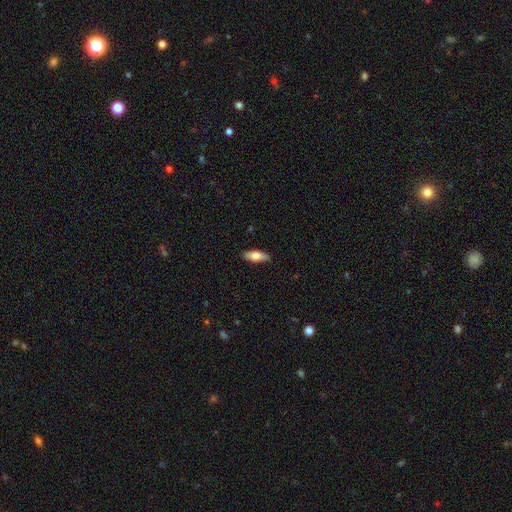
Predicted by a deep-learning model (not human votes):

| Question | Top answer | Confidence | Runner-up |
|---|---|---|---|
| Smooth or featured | smooth | 77% | featured or disk (17%) |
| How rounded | in between | 74% | cigar-shaped (24%) |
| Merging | none | 88% | minor disturbance (9%) |